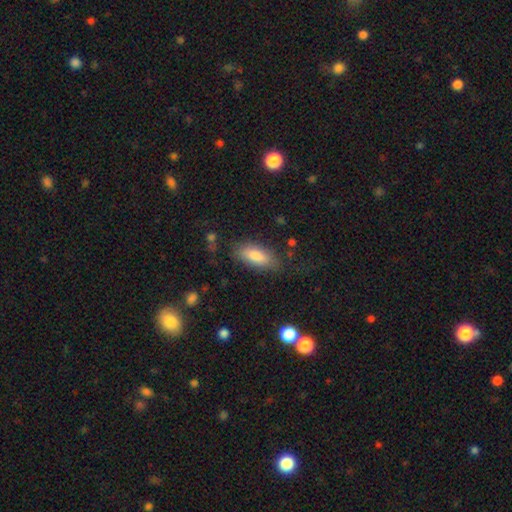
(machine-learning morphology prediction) Smooth or featured?
  - smooth: 81% *
  - featured or disk: 12%
  - star or artifact: 7%
How rounded?
  - in between: 81% *
  - cigar-shaped: 16%
  - round: 2%
Merging?
  - none: 77% *
  - minor disturbance: 16%
  - major disturbance: 5%
  - merger: 2%